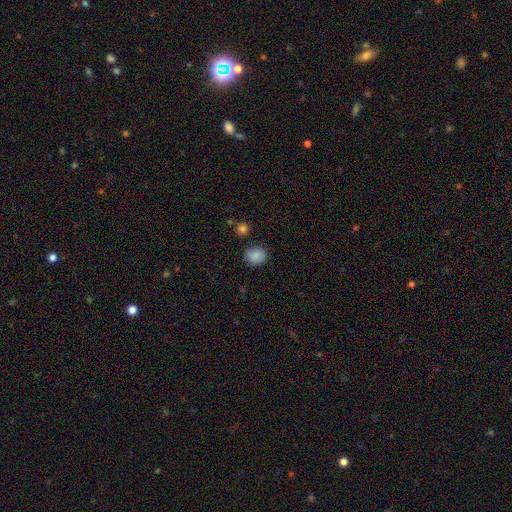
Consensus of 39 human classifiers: Smooth or featured? smooth (95%)
How rounded? round (73%)
Merging? none (84%)